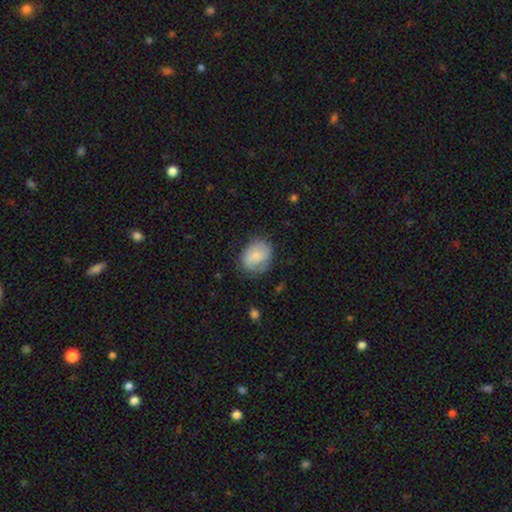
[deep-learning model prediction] Smooth or featured? smooth (68%)
How rounded? round (53%)
Merging? none (65%)